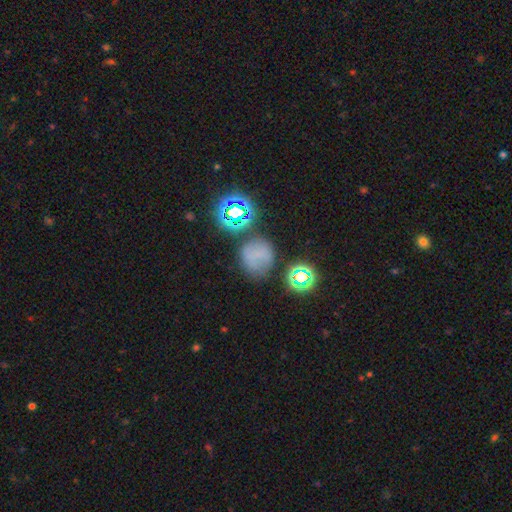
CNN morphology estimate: A smooth galaxy with no disk features (56%) that is round (85%). Merging: none (67%).